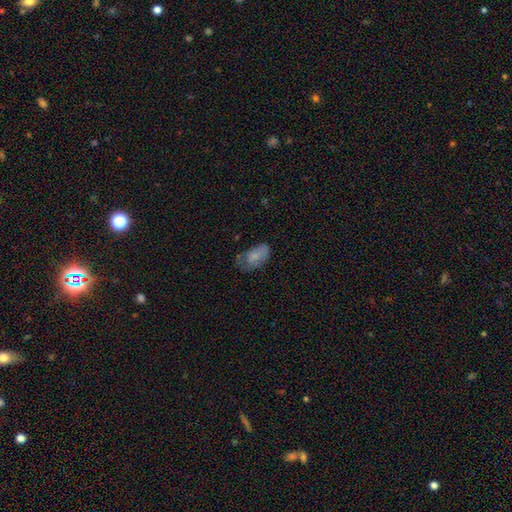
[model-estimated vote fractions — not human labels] smooth_or_featured: smooth (p=0.73) [alt: featured or disk p=0.18]
how_rounded: in between (p=0.92) [alt: round p=0.06]
merging: none (p=0.41) [alt: minor disturbance p=0.35]